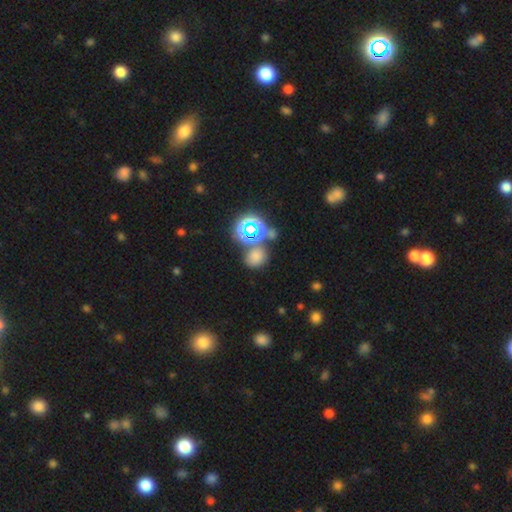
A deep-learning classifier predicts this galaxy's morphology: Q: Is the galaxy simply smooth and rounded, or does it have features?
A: smooth — 63%.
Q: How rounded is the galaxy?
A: round — 68%.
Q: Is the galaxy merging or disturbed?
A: none — 66%.